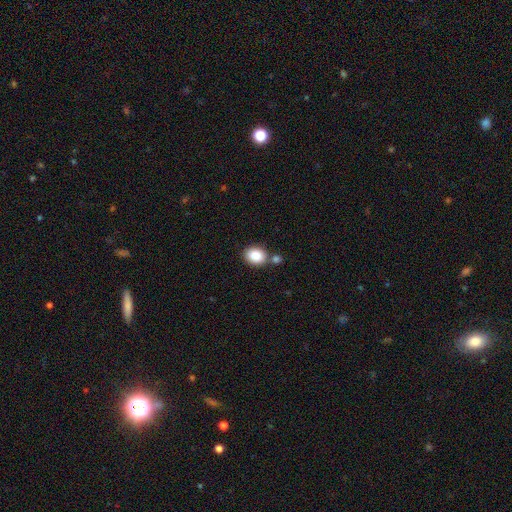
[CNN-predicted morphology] Overall: smooth (86%). How rounded: in between (53%; round 46%). Merging: none (68%).